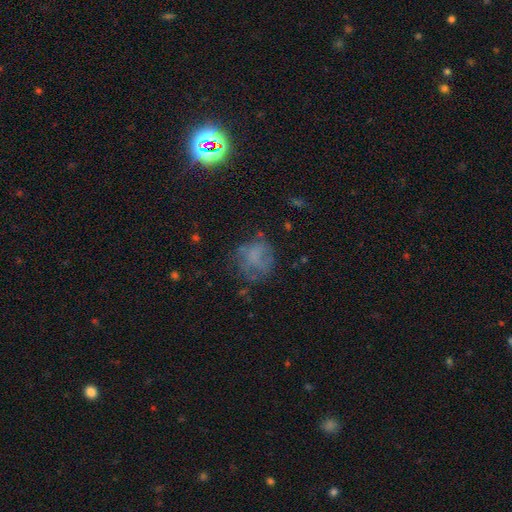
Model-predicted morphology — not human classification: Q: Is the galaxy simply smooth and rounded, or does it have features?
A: smooth — 46%.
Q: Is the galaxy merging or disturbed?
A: none — 52%.